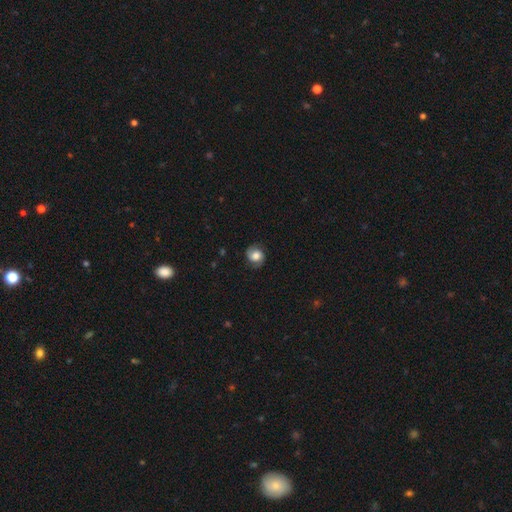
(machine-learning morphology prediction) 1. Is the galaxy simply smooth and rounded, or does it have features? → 53% smooth, 38% featured or disk, 10% star or artifact.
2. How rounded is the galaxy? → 74% round, 25% in between, 1% cigar-shaped.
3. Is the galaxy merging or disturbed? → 79% none, 15% minor disturbance, 5% major disturbance, 1% merger.